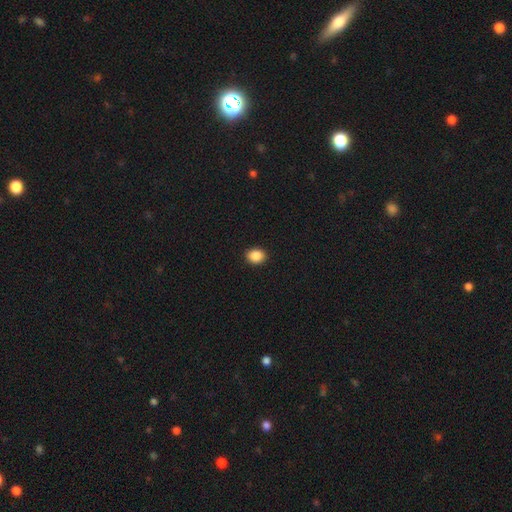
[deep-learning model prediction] The model was most divided on "how rounded": round: 50%, in between: 49%, cigar-shaped: 1%. More confident: merging — none (92%); smooth or featured — smooth (88%).